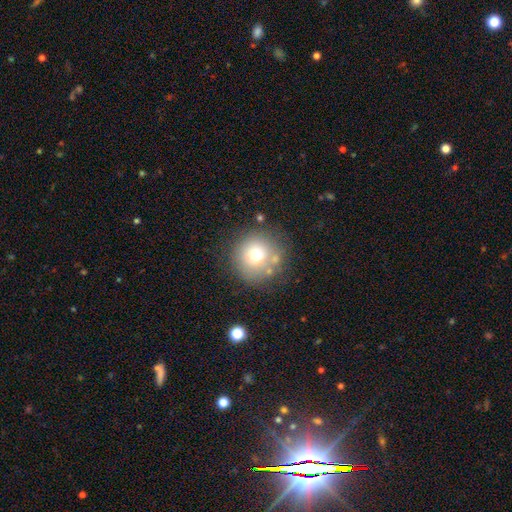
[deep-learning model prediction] A smooth galaxy with no disk features (69%) that is round (94%). Merging: none (76%).